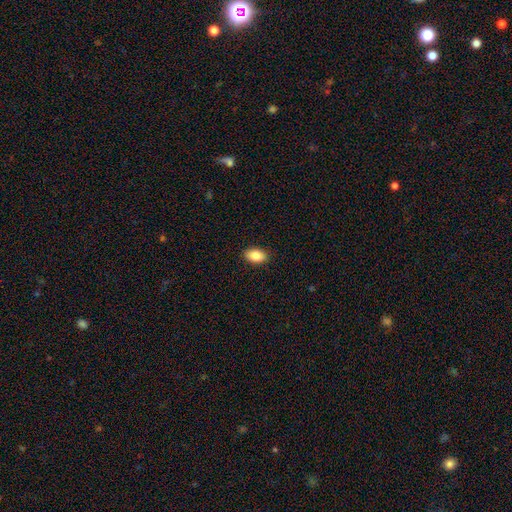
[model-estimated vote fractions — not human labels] smooth 87%, star or artifact 7%, featured or disk 6%. Down the decision tree: how rounded — in between (92%); merging — none (90%).